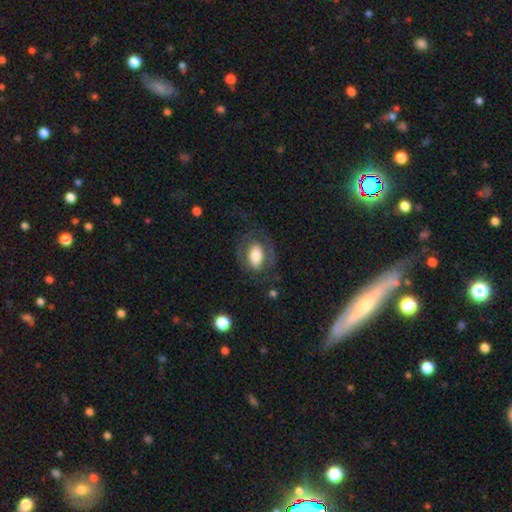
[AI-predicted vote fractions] Q: Smooth or featured?
A: smooth (59%); runner-up: featured or disk (34%)
Q: How rounded?
A: in between (83%); runner-up: round (15%)
Q: Merging?
A: none (61%); runner-up: major disturbance (19%)